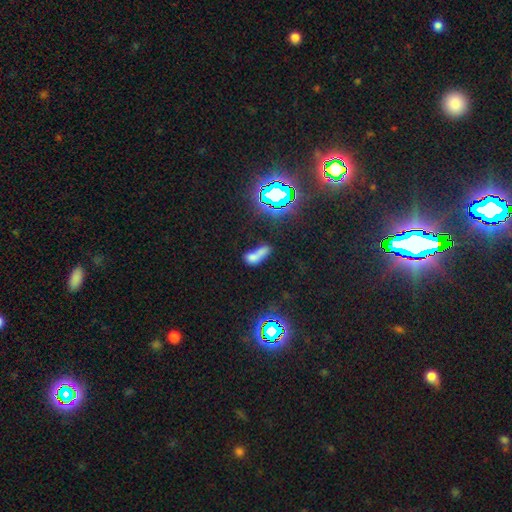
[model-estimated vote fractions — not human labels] This is possibly a smooth galaxy (58%). How rounded: likely in between (68%). Merging: possibly merger (51%).